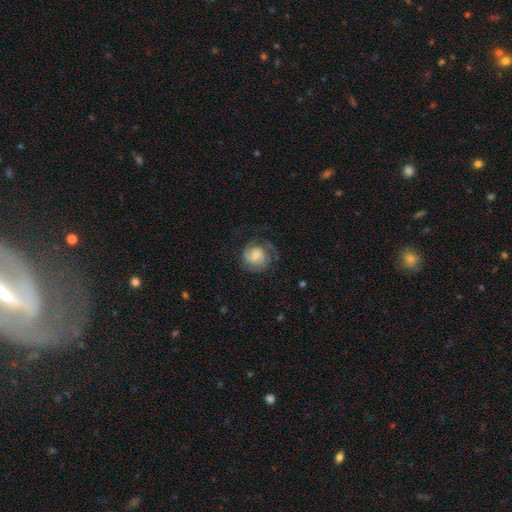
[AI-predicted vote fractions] Smooth or featured?
  - featured or disk: 59% *
  - smooth: 34%
  - star or artifact: 7%
Edge-on disk?
  - no: 98% *
  - yes: 2%
Bar?
  - no: 50% *
  - weak: 42%
  - strong: 8%
Spiral arms?
  - yes: 89% *
  - no: 11%
Spiral winding?
  - tight: 43% *
  - medium: 40%
  - loose: 17%
Spiral arm count?
  - 2: 48% *
  - can't tell: 21%
  - 1: 16%
  - 3: 10%
  - 4: 3%
  - more than 4: 3%
Bulge size?
  - moderate: 26% * (tied)
  - small: 26% * (tied)
  - none: 25%
  - large: 20%
  - dominant: 3%
Merging?
  - none: 57% *
  - major disturbance: 21%
  - minor disturbance: 21%
  - merger: 1%